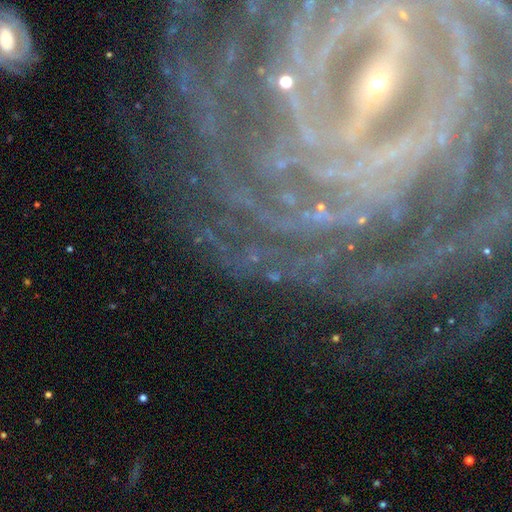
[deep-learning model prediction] smooth_or_featured: featured or disk (p=0.84) [alt: star or artifact p=0.10]
disk_edge_on: no (p=0.94) [alt: yes p=0.06]
bar: strong (p=0.58) [alt: weak p=0.25]
has_spiral_arms: yes (p=0.96) [alt: no p=0.04]
spiral_winding: tight (p=0.77) [alt: medium p=0.18]
spiral_arm_count: can't tell (p=0.25) [alt: more than 4 p=0.23]
bulge_size: small (p=0.79) [alt: moderate p=0.13]
merging: none (p=0.74) [alt: minor disturbance p=0.14]